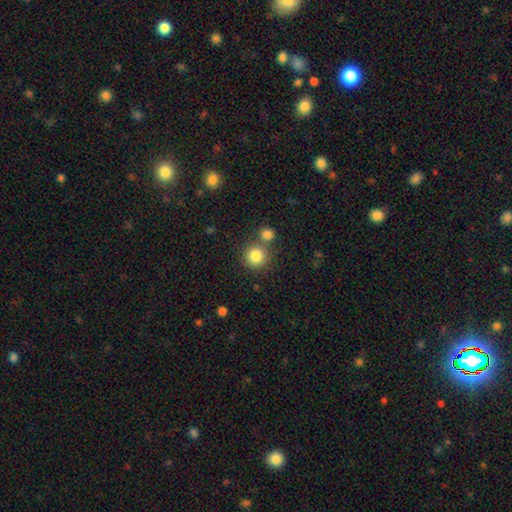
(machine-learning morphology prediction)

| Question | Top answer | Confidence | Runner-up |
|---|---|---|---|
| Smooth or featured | smooth | 84% | star or artifact (10%) |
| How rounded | round | 92% | in between (7%) |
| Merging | none | 67% | merger (21%) |